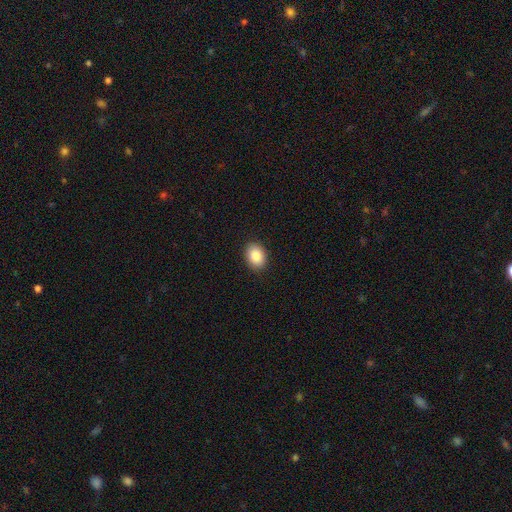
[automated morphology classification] Smooth or featured? Predicted: smooth (p=0.88). How rounded? Predicted: in between (p=0.72). Merging? Predicted: none (p=0.90).